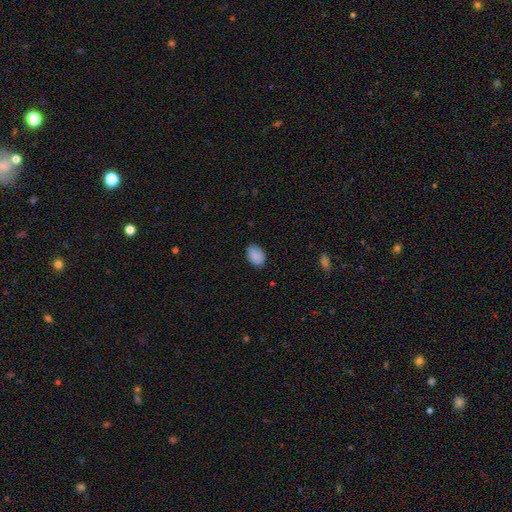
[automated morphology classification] smooth 89%, star or artifact 7%, featured or disk 4%. Down the decision tree: how rounded — in between (83%); merging — none (79%).